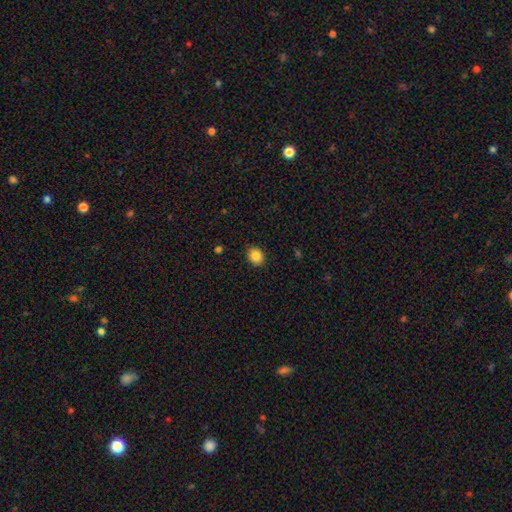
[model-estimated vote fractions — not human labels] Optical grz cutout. It shows a smooth galaxy with no disk features (86%) that is round (59%). Merging: none (90%).